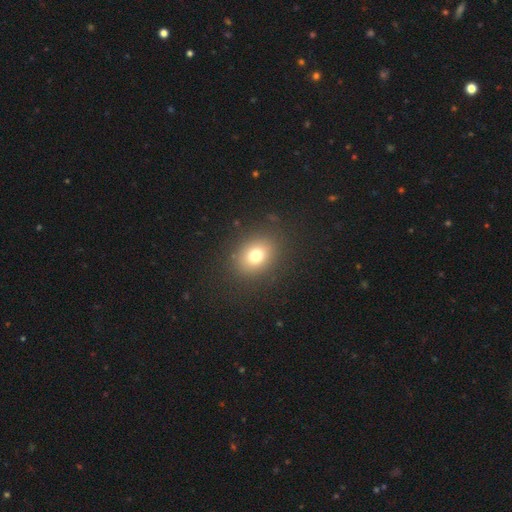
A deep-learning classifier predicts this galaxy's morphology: Smooth or featured: smooth — 76% (star or artifact — 13%)
How rounded: round — 55% (in between — 44%)
Merging: none — 87% (minor disturbance — 8%)